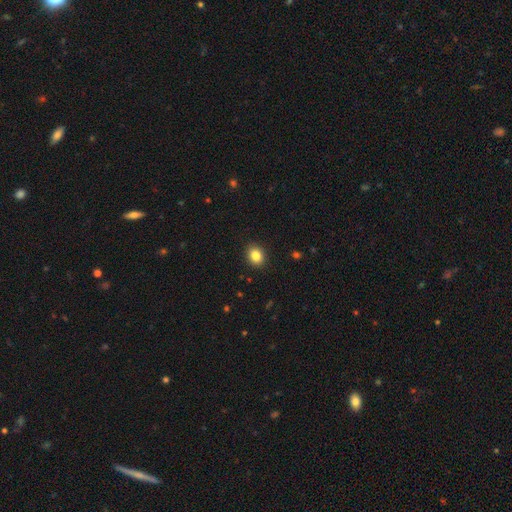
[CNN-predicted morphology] Smooth or featured? smooth (84%)
How rounded? round (54%)
Merging? none (91%)